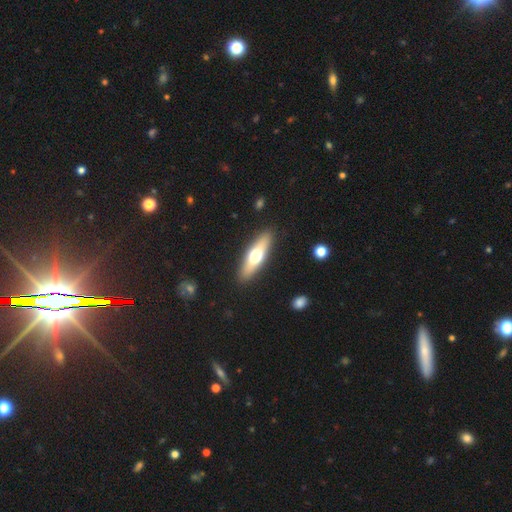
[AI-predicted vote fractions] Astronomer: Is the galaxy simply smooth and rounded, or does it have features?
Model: smooth — 50% (runner-up: featured or disk, 44%).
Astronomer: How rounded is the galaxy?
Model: cigar-shaped — 61% (runner-up: in between, 37%).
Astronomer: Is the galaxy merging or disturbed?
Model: none — 89%.